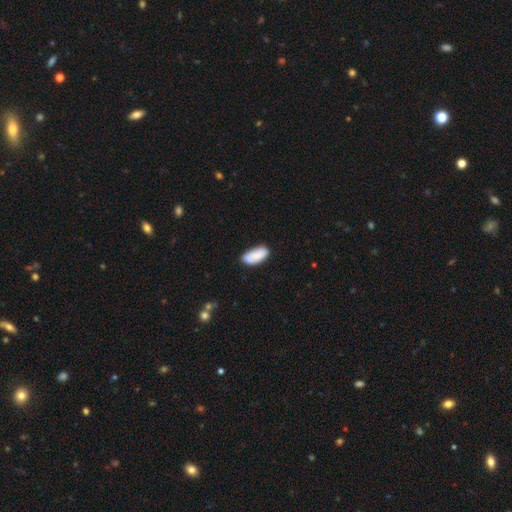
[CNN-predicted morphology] smooth 84%, featured or disk 10%, star or artifact 6%. Down the decision tree: how rounded — in between (90%); merging — none (74%).